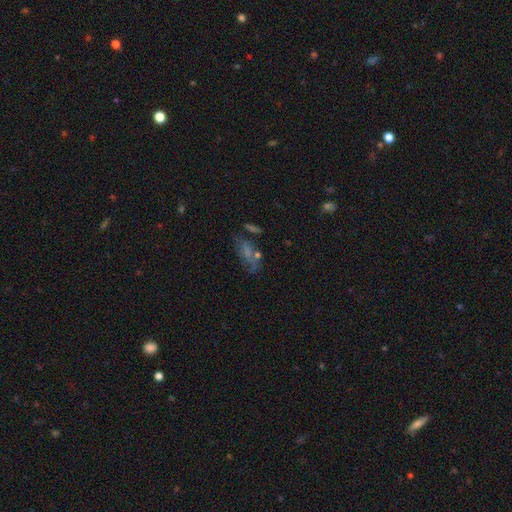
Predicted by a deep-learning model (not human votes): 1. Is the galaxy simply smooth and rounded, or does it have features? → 37% featured or disk (tied), 37% smooth (tied), 26% star or artifact.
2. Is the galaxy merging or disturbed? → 53% none, 19% minor disturbance, 15% major disturbance, 13% merger.